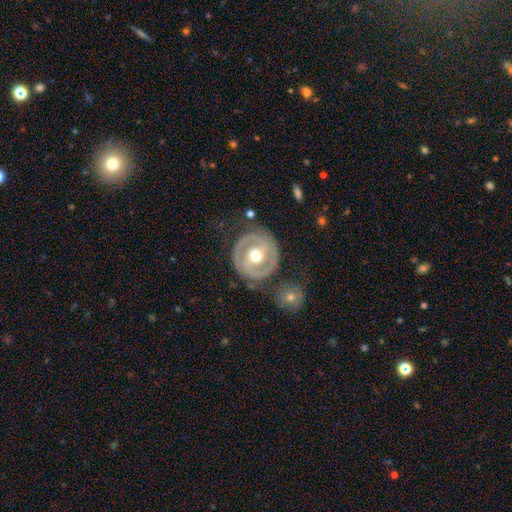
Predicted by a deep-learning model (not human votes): smooth_or_featured: featured or disk (p=0.73) [alt: smooth p=0.22]
disk_edge_on: no (p=0.97) [alt: yes p=0.03]
bar: no (p=0.47) [alt: weak p=0.34]
has_spiral_arms: yes (p=0.63) [alt: no p=0.37]
bulge_size: moderate (p=0.78) [alt: large p=0.12]
merging: none (p=0.78) [alt: minor disturbance p=0.13]